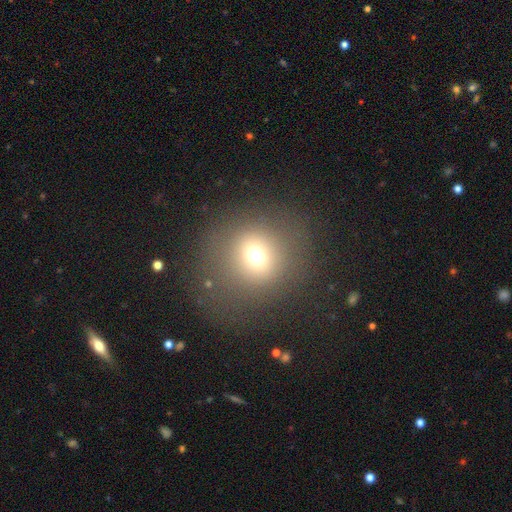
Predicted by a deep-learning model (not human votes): smooth_or_featured: smooth (p=0.68) [alt: star or artifact p=0.21]
how_rounded: round (p=0.88) [alt: in between p=0.11]
merging: none (p=0.82) [alt: minor disturbance p=0.09]